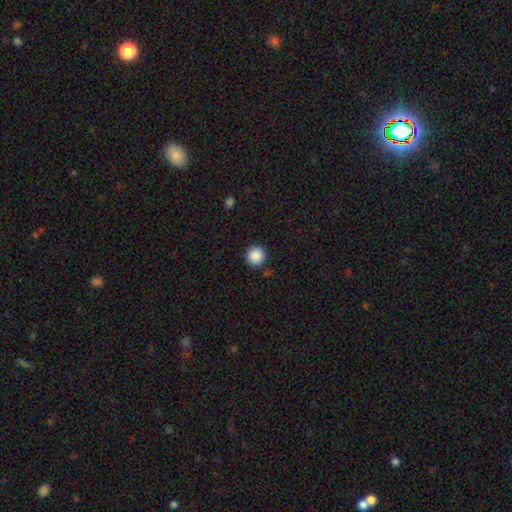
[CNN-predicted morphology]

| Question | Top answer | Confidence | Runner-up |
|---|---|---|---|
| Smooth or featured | smooth | 88% | star or artifact (9%) |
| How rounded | round | 95% | in between (4%) |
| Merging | none | 91% | minor disturbance (6%) |